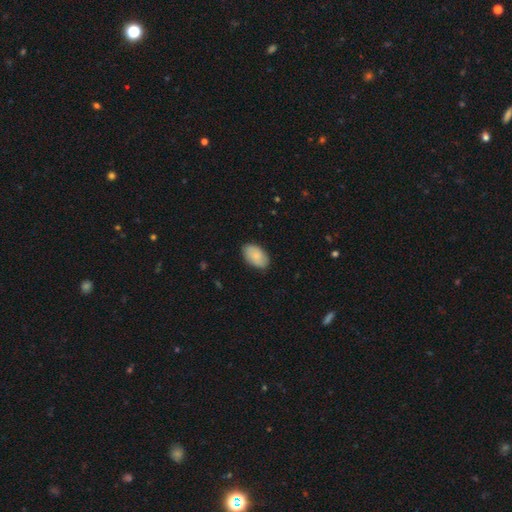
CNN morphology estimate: This appears to be a smooth galaxy with no disk features (82%) that is in between round and cigar-shaped (93%). Merging: none (85%).